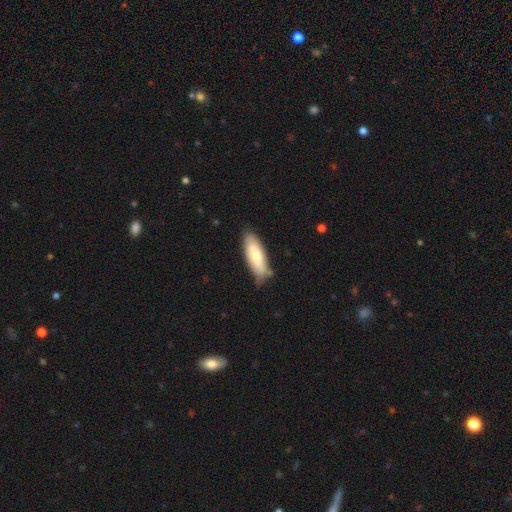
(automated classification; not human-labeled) smooth 70%, featured or disk 24%, star or artifact 6%. Down the decision tree: how rounded — in between (65%); merging — none (68%).